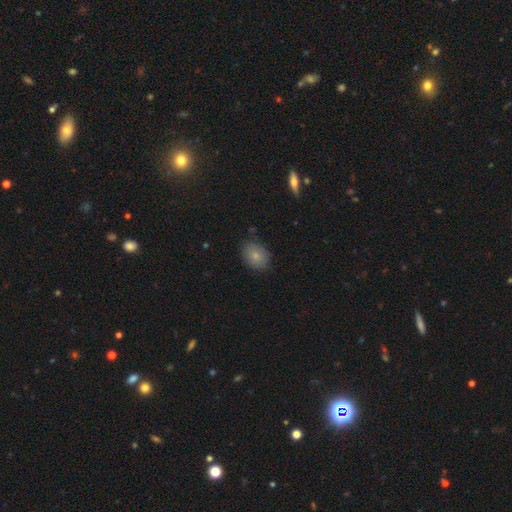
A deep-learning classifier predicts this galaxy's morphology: The model was most divided on "how rounded": in between: 60%, round: 39%, cigar-shaped: 1%. More confident: smooth or featured — smooth (81%); merging — none (81%).